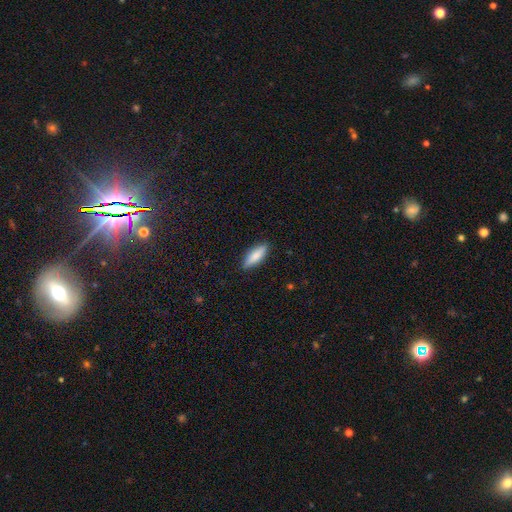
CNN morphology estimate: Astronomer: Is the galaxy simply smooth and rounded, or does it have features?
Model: smooth — 81%.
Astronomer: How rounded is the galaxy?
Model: in between — 53% (runner-up: cigar-shaped, 45%).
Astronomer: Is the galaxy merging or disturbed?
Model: none — 88%.